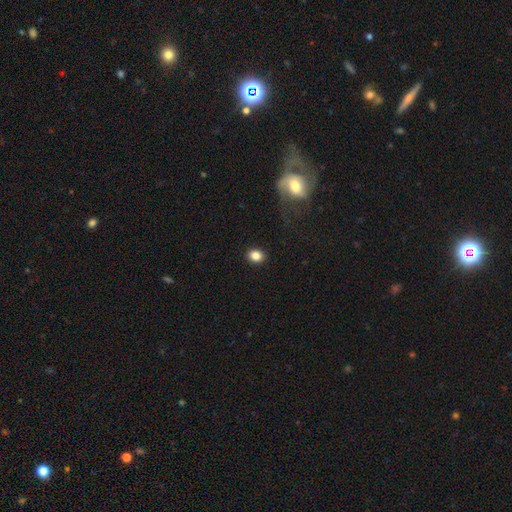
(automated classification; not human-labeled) Smooth or featured? Predicted: smooth (p=0.85). How rounded? Predicted: round (p=0.52). Merging? Predicted: none (p=0.90).